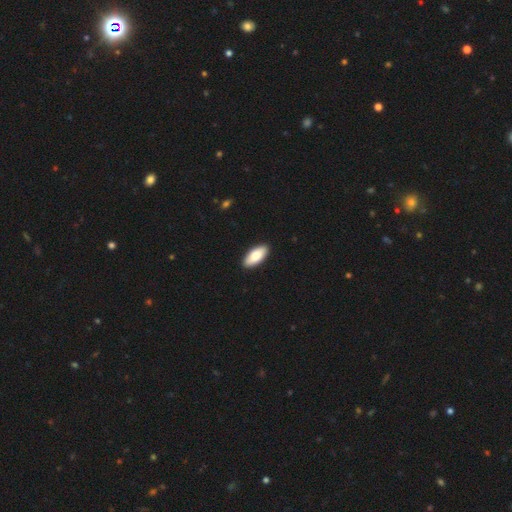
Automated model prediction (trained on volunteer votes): Smooth or featured?
  - smooth: 85% *
  - featured or disk: 10%
  - star or artifact: 5%
How rounded?
  - in between: 87% *
  - cigar-shaped: 11%
  - round: 2%
Merging?
  - none: 92% *
  - minor disturbance: 6%
  - major disturbance: 1%
  - merger: 1%